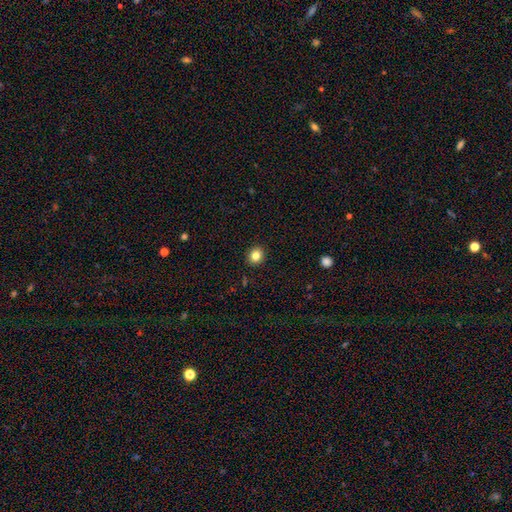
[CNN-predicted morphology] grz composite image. It shows a smooth galaxy with no disk features (83%) that is round (78%). Merging: none (92%).